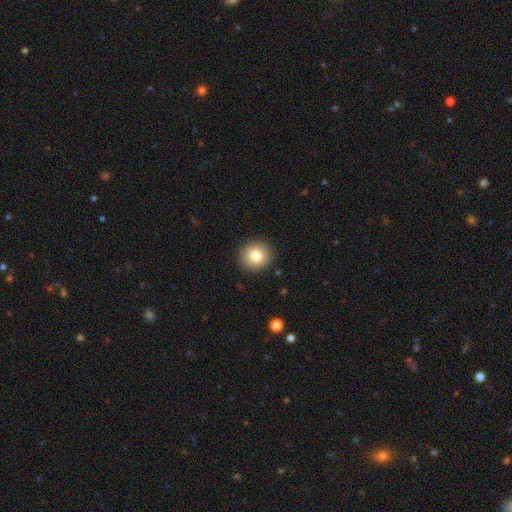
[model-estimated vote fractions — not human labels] Smooth or featured?
  - smooth: 82% *
  - star or artifact: 10%
  - featured or disk: 8%
How rounded?
  - round: 92% *
  - in between: 7%
  - cigar-shaped: 1%
Merging?
  - none: 91% *
  - minor disturbance: 6%
  - major disturbance: 2%
  - merger: 1%